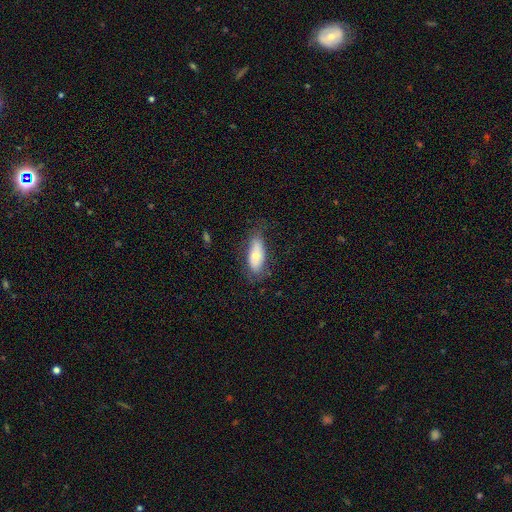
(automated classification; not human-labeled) Q: Smooth or featured?
A: smooth (62%); runner-up: featured or disk (30%)
Q: How rounded?
A: in between (80%); runner-up: cigar-shaped (17%)
Q: Merging?
A: none (68%); runner-up: minor disturbance (23%)